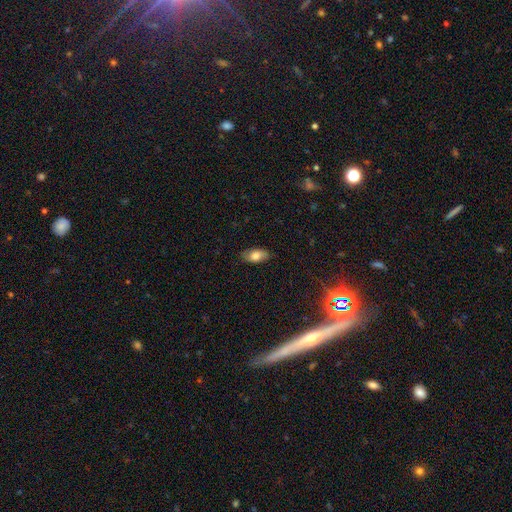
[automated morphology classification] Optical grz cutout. It shows a smooth galaxy with no disk features (79%) that is in between round and cigar-shaped (89%). Merging: none (84%).